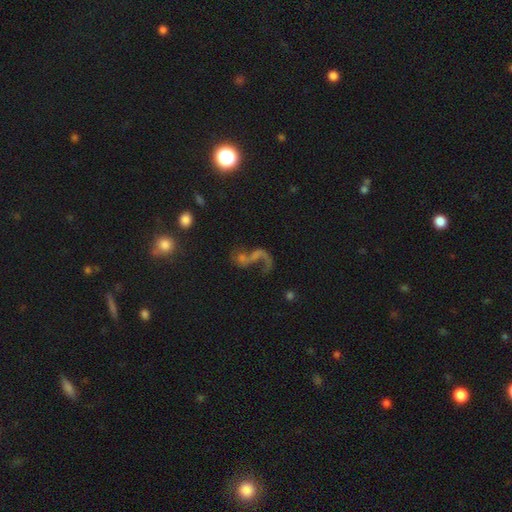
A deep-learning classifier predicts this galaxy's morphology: smooth_or_featured: featured or disk (p=0.59) [alt: star or artifact p=0.21]
disk_edge_on: no (p=0.95) [alt: yes p=0.05]
bar: no (p=0.67) [alt: weak p=0.22]
has_spiral_arms: yes (p=0.67) [alt: no p=0.33]
bulge_size: none (p=0.50) [alt: small p=0.32]
merging: none (p=0.32) [tied with: major disturbance p=0.32]